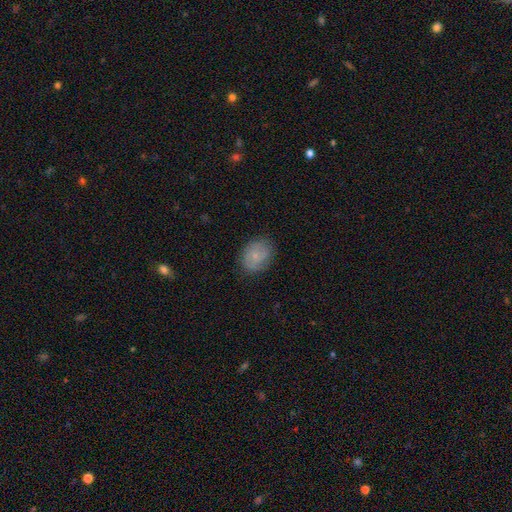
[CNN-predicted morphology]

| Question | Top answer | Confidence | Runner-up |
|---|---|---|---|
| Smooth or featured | smooth | 56% | featured or disk (35%) |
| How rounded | in between | 53% | round (46%) |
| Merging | none | 76% | minor disturbance (18%) |